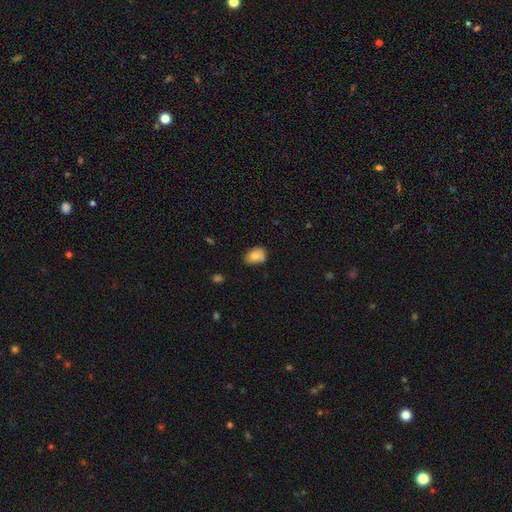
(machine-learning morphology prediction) smooth_or_featured: smooth (p=0.80) [alt: featured or disk p=0.12]
how_rounded: in between (p=0.77) [alt: round p=0.21]
merging: none (p=0.60) [alt: minor disturbance p=0.32]